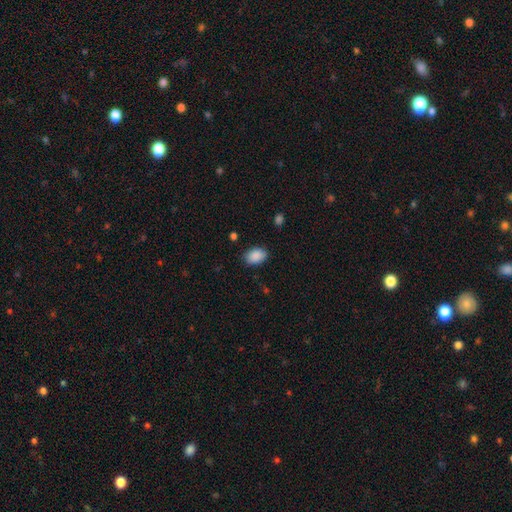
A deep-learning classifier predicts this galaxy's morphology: This is clearly a smooth galaxy (89%). How rounded: clearly in between (82%). Merging: clearly none (82%).